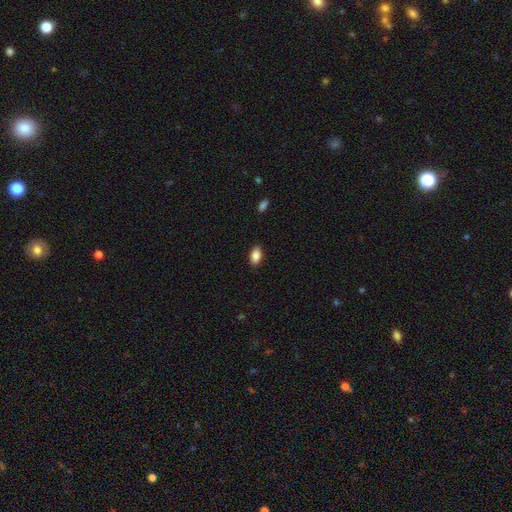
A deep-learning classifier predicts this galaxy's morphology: smooth-or-featured: smooth: 87% | star or artifact: 7% | featured or disk: 5%
  how-rounded: in between: 92% | round: 5% | cigar-shaped: 2%
  merging: none: 89% | minor disturbance: 8% | major disturbance: 2% | merger: 1%